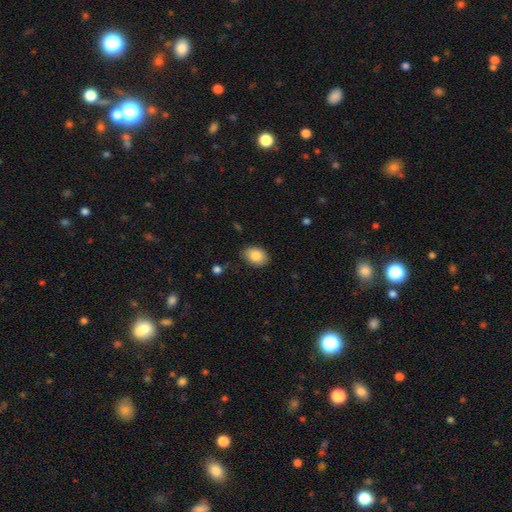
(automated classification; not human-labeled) Smooth or featured? Predicted: smooth (p=0.85). How rounded? Predicted: in between (p=0.77). Merging? Predicted: none (p=0.82).